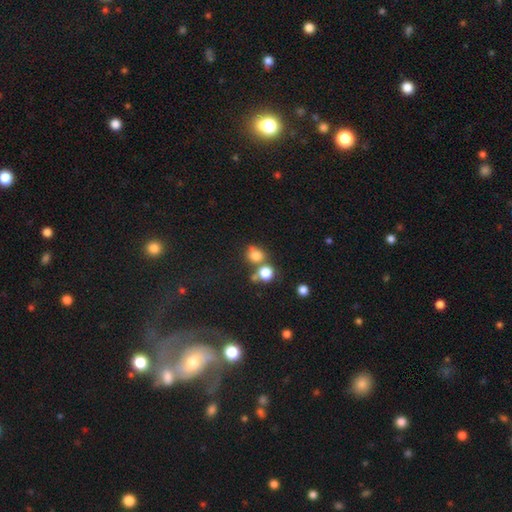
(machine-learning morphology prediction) Smooth or featured?
  - smooth: 78% *
  - star or artifact: 14%
  - featured or disk: 8%
How rounded?
  - round: 72% *
  - in between: 27%
  - cigar-shaped: 1%
Merging?
  - none: 51% *
  - merger: 30%
  - minor disturbance: 13%
  - major disturbance: 6%